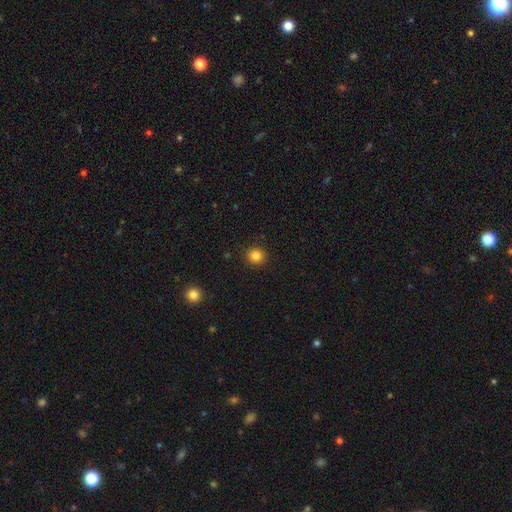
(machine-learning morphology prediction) Q: Smooth or featured?
A: smooth (83%); runner-up: star or artifact (12%)
Q: How rounded?
A: round (91%); runner-up: in between (9%)
Q: Merging?
A: none (92%); runner-up: minor disturbance (5%)